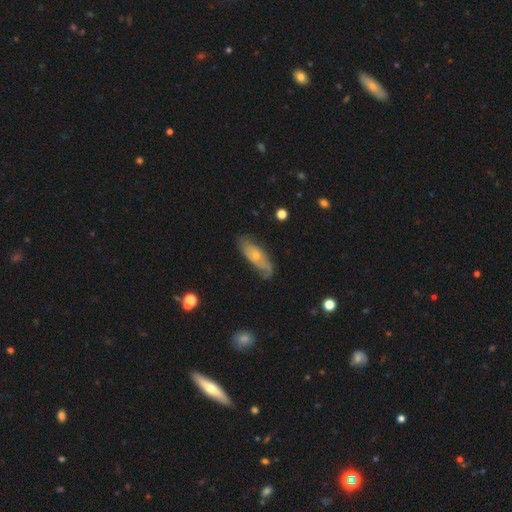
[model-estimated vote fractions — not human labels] A featured or disk galaxy (58%). Merging: none (61%).